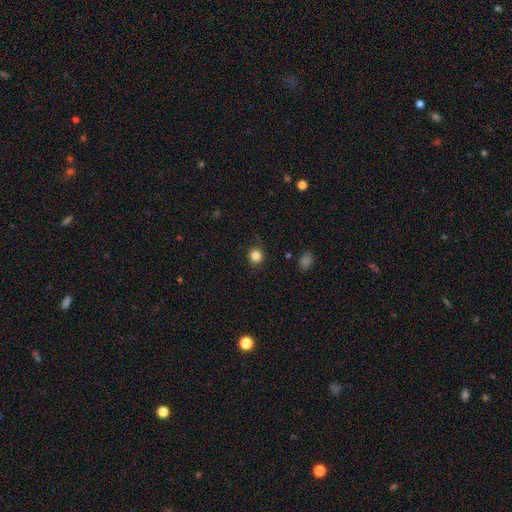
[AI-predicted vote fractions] smooth_or_featured: smooth (p=0.84) [alt: star or artifact p=0.12]
how_rounded: round (p=0.91) [alt: in between p=0.08]
merging: none (p=0.88) [alt: minor disturbance p=0.08]